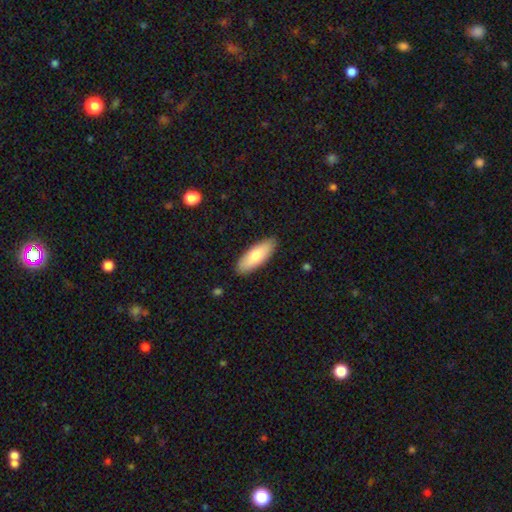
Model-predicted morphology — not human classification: Smooth or featured: smooth — 76% (featured or disk — 19%)
How rounded: in between — 68% (cigar-shaped — 30%)
Merging: none — 89% (minor disturbance — 9%)